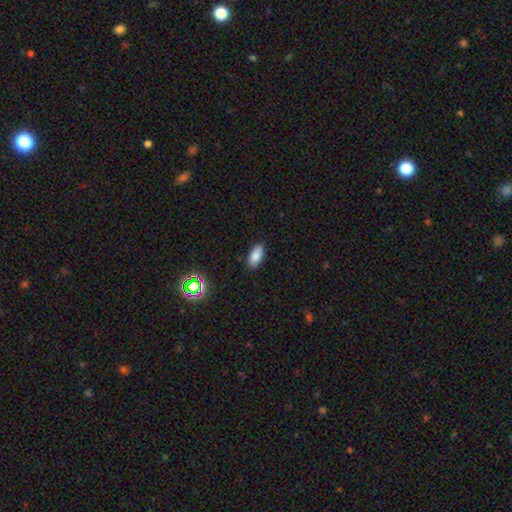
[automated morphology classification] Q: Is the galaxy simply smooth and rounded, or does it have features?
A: smooth — 84%.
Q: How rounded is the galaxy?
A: in between — 90%.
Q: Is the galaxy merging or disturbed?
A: none — 88%.